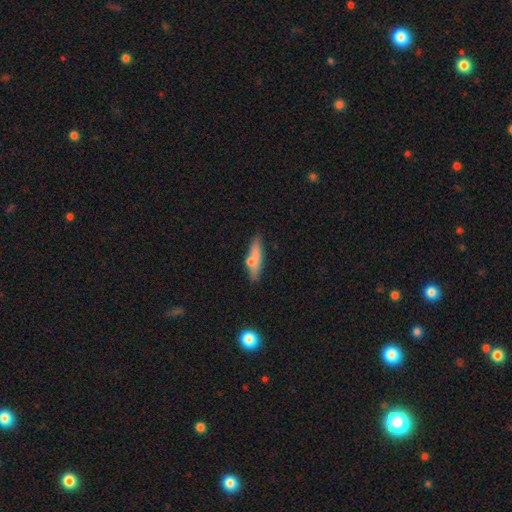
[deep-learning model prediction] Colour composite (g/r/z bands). It shows a smooth galaxy with no disk features (66%) that is cigar-shaped (70%). Merging: none (74%).